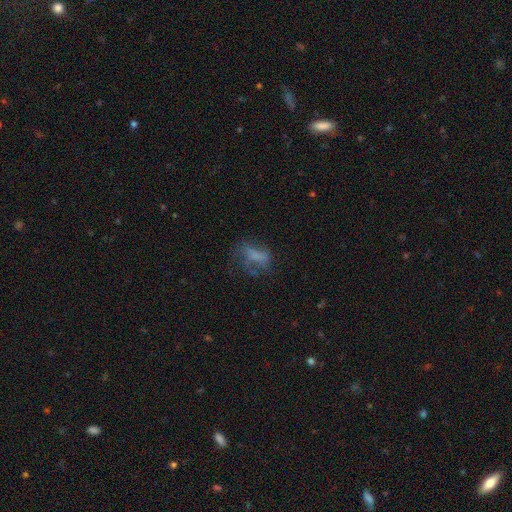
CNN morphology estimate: This is possibly a smooth galaxy (51%). How rounded: likely in between (74%). Merging: marginally none (40%).